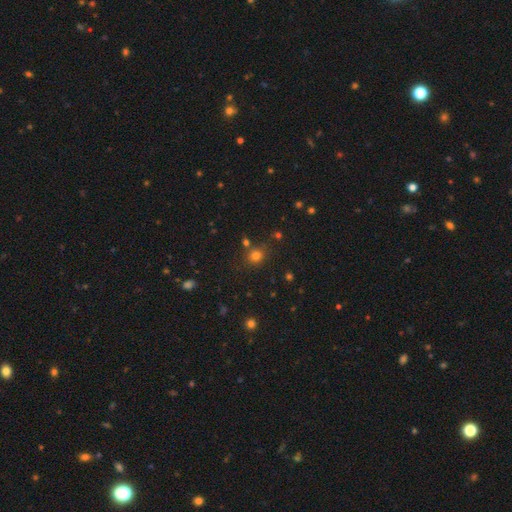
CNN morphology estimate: smooth 76%, star or artifact 18%, featured or disk 6%. Down the decision tree: how rounded — round (77%); merging — none (75%).